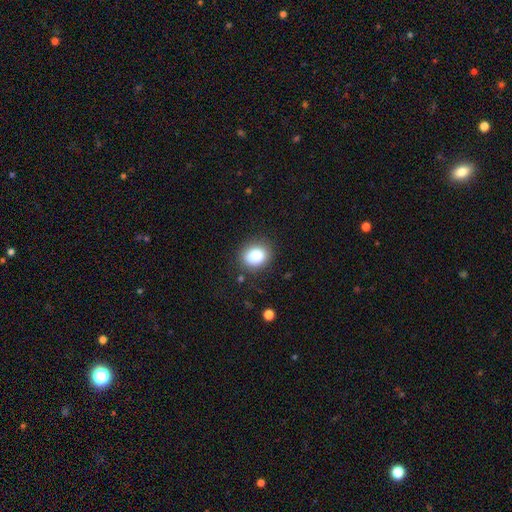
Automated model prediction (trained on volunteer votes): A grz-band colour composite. It shows a smooth galaxy with no disk features (85%) that is round (57%). Merging: none (85%).